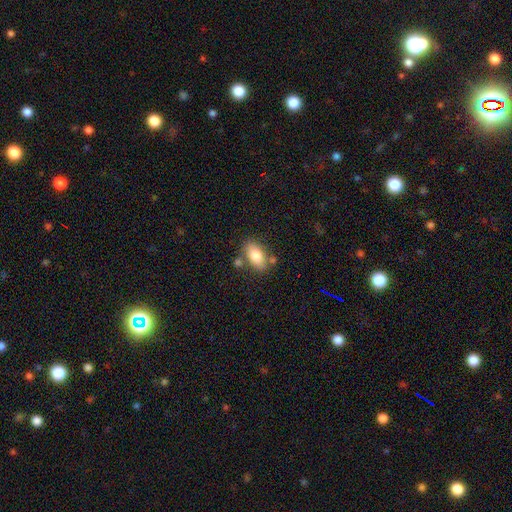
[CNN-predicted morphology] The model was most divided on "merging": none: 72%, minor disturbance: 15%, merger: 10%, major disturbance: 4%. More confident: how rounded — in between (90%); smooth or featured — smooth (80%).